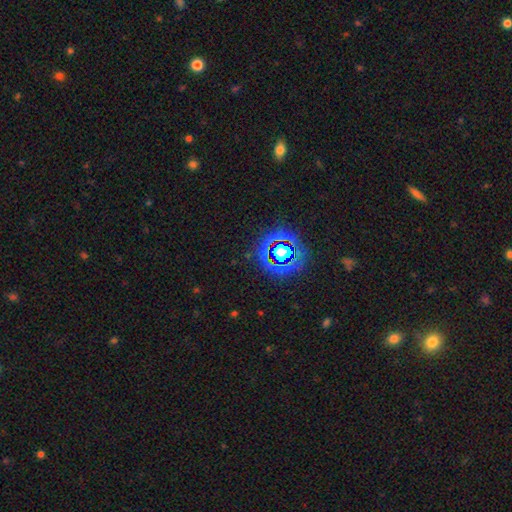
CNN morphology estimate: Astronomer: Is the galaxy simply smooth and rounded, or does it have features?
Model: star or artifact — 78%.